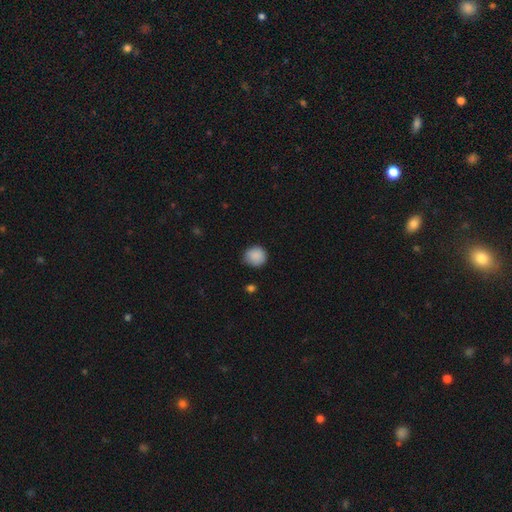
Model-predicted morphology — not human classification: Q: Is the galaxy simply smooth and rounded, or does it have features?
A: smooth — 88%.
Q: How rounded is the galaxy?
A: round — 88%.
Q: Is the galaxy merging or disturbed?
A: none — 80%.